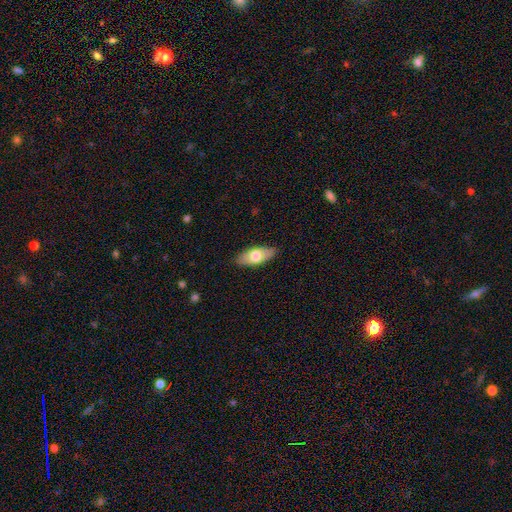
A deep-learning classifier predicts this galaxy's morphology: The model was most divided on "smooth or featured": smooth: 66%, featured or disk: 28%, star or artifact: 6%. More confident: merging — none (86%); how rounded — in between (85%).